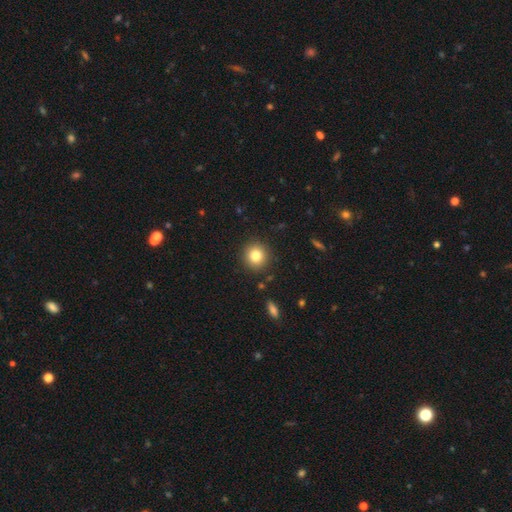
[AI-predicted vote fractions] Smooth or featured? Predicted: smooth (p=0.81). How rounded? Predicted: round (p=0.91). Merging? Predicted: none (p=0.90).